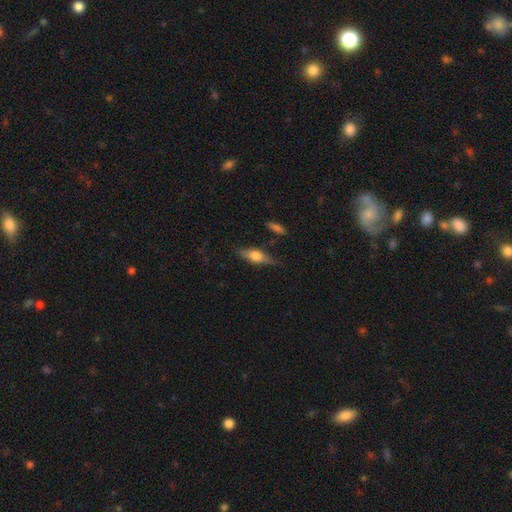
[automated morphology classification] The model was most divided on "smooth or featured": featured or disk: 51%, smooth: 41%, star or artifact: 7%. More confident: edge-on disk — yes (91%); merging — none (74%).